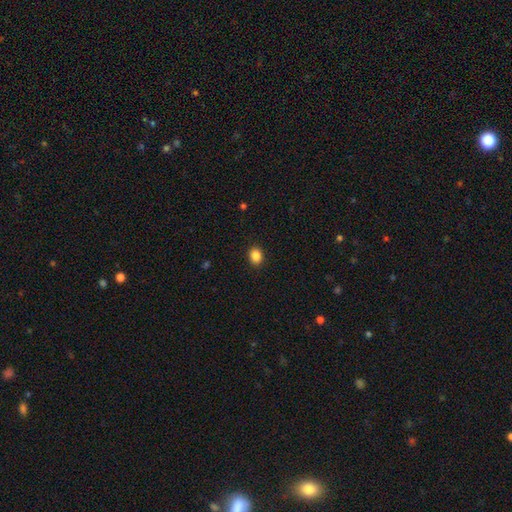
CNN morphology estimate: A smooth galaxy with no disk features (87%) that is in between round and cigar-shaped (55%). Merging: none (91%).